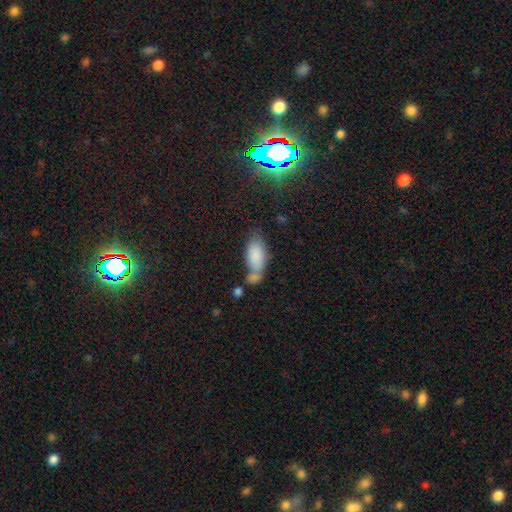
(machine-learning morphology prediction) This is clearly a smooth galaxy (84%). How rounded: clearly in between (91%). Merging: marginally none (38%).